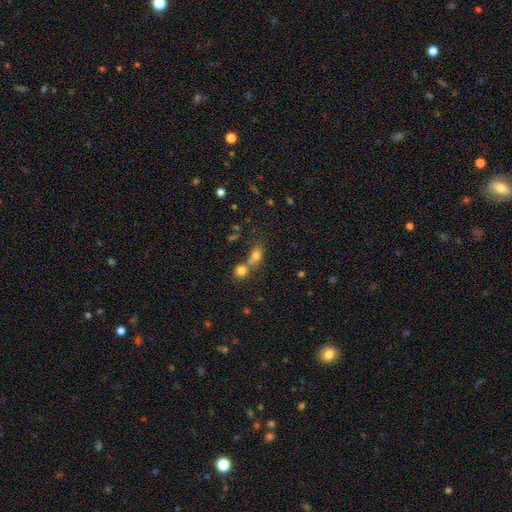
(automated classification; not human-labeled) Morphology: type=smooth (72%); roundness=round (54%); merging=merger (51%).